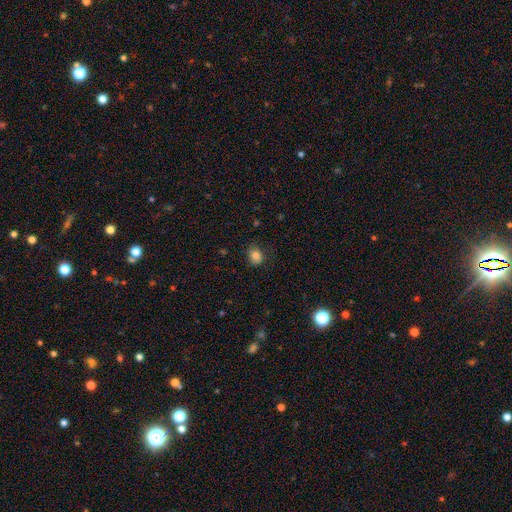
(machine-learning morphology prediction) smooth_or_featured: smooth (p=0.84) [alt: star or artifact p=0.11]
how_rounded: round (p=0.52) [alt: in between p=0.47]
merging: none (p=0.76) [alt: minor disturbance p=0.18]